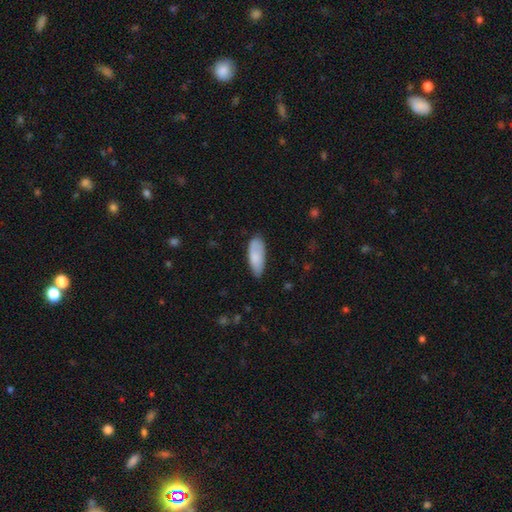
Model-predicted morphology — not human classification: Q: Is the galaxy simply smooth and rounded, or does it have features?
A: smooth — 81%.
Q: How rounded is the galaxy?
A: in between — 78%.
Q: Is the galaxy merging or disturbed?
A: none — 71%.